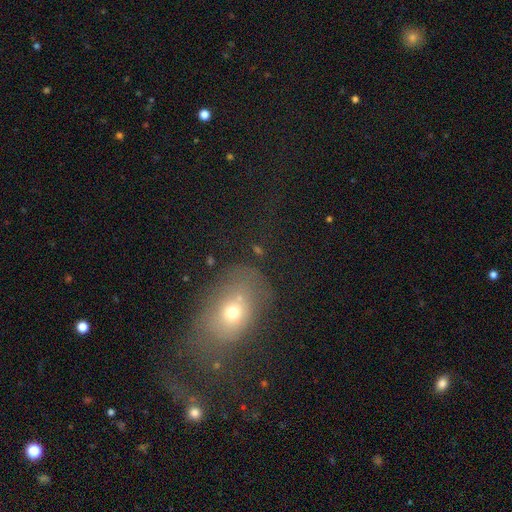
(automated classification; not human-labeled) smooth_or_featured: smooth (p=0.52) [alt: featured or disk p=0.25]
how_rounded: in between (p=0.75) [alt: round p=0.21]
merging: none (p=0.53) [alt: major disturbance p=0.24]